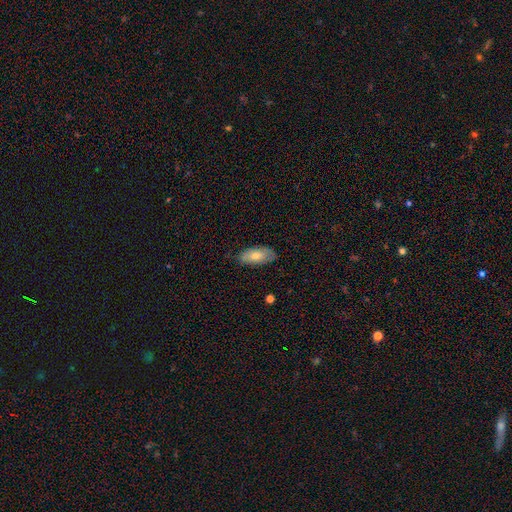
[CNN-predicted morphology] Smooth or featured? Predicted: smooth (p=0.73). How rounded? Predicted: in between (p=0.88). Merging? Predicted: none (p=0.79).